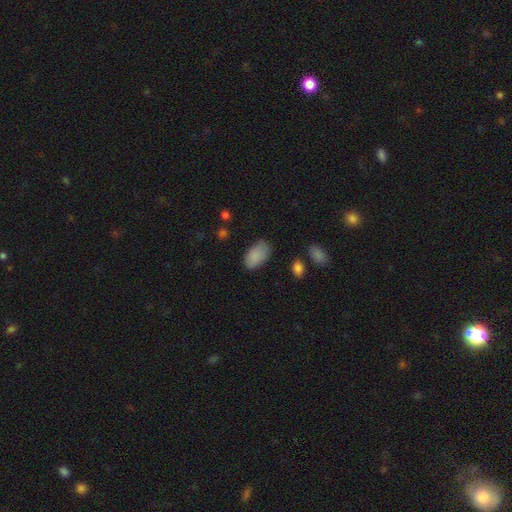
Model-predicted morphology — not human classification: Smooth or featured? smooth (88%)
How rounded? in between (94%)
Merging? none (73%)